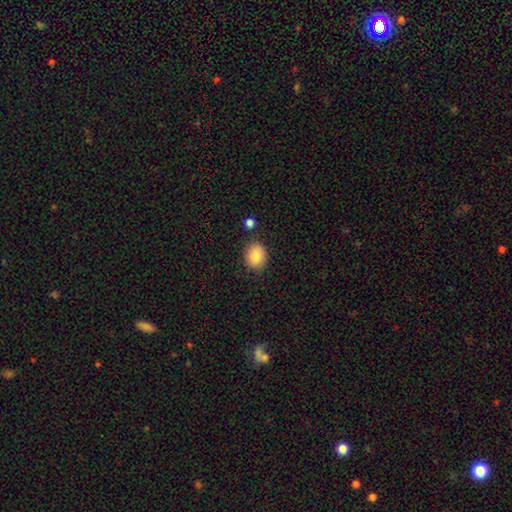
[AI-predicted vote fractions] A smooth galaxy with no disk features (86%) that is round (58%). Merging: none (84%).